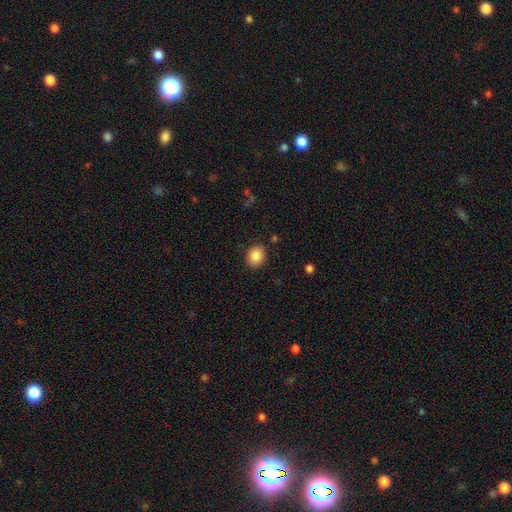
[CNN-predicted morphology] A smooth galaxy with no disk features (86%) that is round (51%). Merging: none (88%).